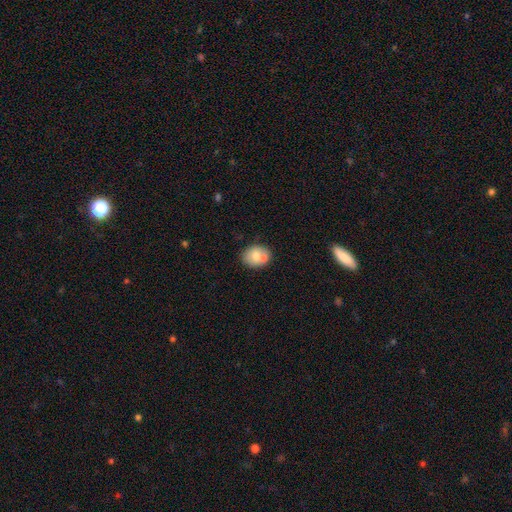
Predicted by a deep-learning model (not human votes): Morphology: type=smooth (69%); roundness=in between (51%); merging=none (56%).